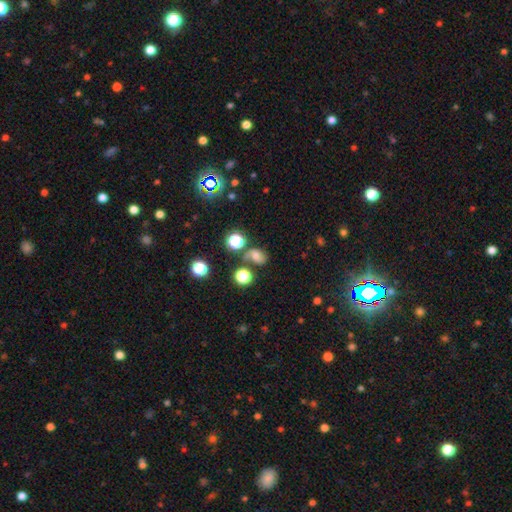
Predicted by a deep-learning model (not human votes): Smooth or featured: smooth — 51% (featured or disk — 26%)
How rounded: in between — 51% (round — 47%)
Merging: none — 51% (minor disturbance — 20%)